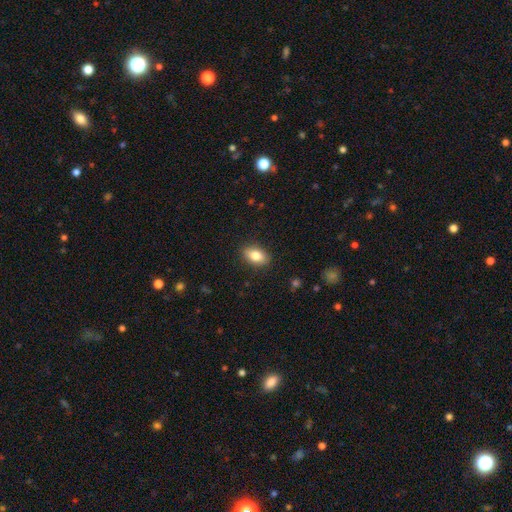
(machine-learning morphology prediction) Smooth or featured? Predicted: smooth (p=0.80). How rounded? Predicted: in between (p=0.88). Merging? Predicted: none (p=0.88).